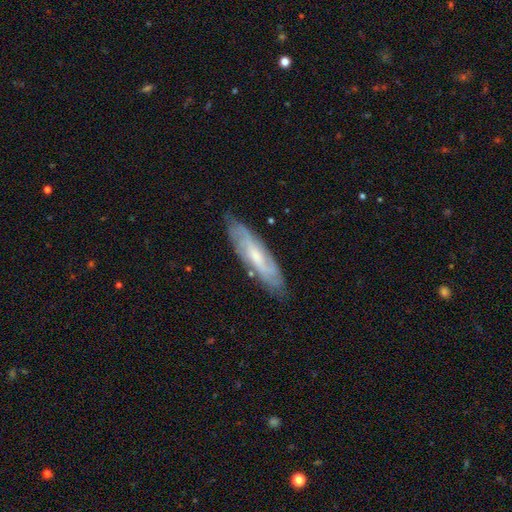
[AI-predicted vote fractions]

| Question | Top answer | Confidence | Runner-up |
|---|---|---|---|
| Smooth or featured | featured or disk | 70% | smooth (24%) |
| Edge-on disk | no | 69% | yes (31%) |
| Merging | none | 80% | minor disturbance (16%) |